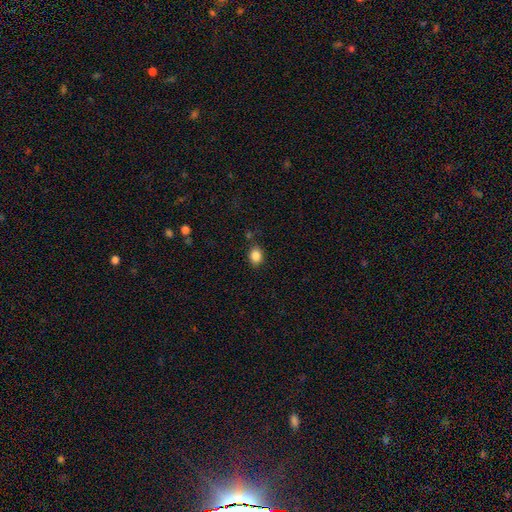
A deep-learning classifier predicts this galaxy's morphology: Smooth or featured?
  - smooth: 85% *
  - star or artifact: 10%
  - featured or disk: 5%
How rounded?
  - in between: 55% *
  - round: 44%
  - cigar-shaped: 1%
Merging?
  - none: 82% *
  - minor disturbance: 12%
  - merger: 3%
  - major disturbance: 3%